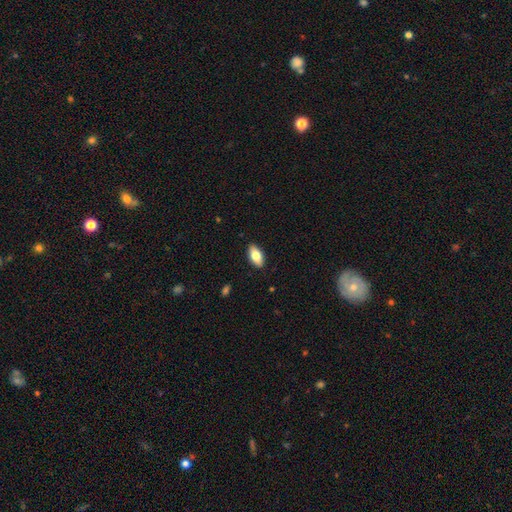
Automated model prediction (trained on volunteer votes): smooth 77%, featured or disk 17%, star or artifact 7%. Down the decision tree: how rounded — in between (91%); merging — none (89%).